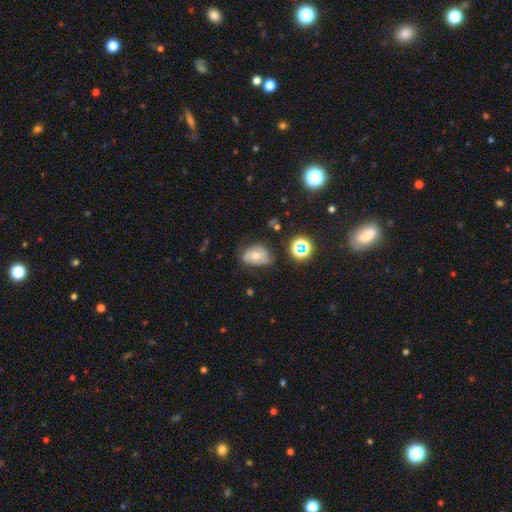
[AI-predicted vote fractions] Smooth or featured: smooth — 55% (featured or disk — 30%)
How rounded: in between — 74% (round — 25%)
Merging: none — 54% (minor disturbance — 33%)